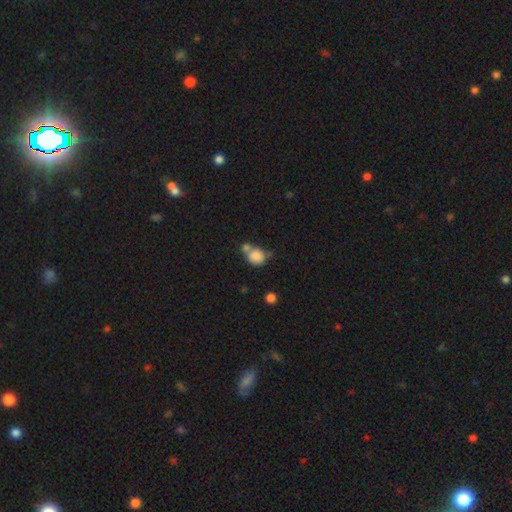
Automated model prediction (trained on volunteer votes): smooth-or-featured: smooth: 83% | star or artifact: 9% | featured or disk: 7%
  how-rounded: round: 75% | in between: 24% | cigar-shaped: 1%
  merging: none: 41% (tied) | merger: 41% (tied) | minor disturbance: 13% | major disturbance: 5%